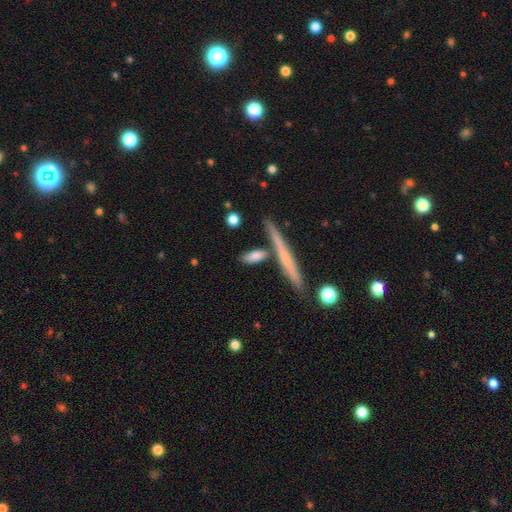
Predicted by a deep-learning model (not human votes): A smooth galaxy with no disk features (73%) that is cigar-shaped (49%). Merging: none (68%).